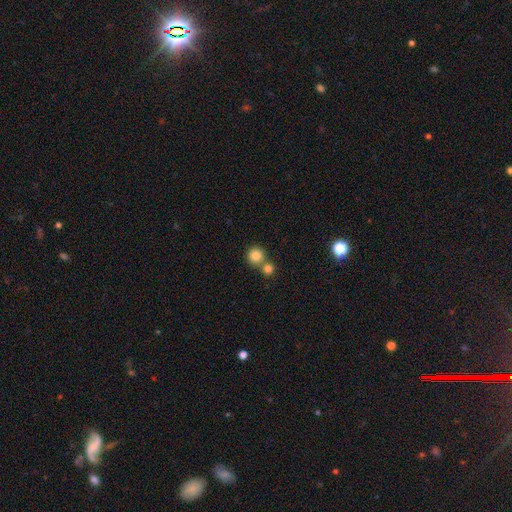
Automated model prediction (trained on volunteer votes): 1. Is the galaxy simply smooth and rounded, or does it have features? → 83% smooth, 11% star or artifact, 6% featured or disk.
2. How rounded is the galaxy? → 93% round, 6% in between, 1% cigar-shaped.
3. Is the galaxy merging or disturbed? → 58% none, 33% merger, 6% minor disturbance, 2% major disturbance.